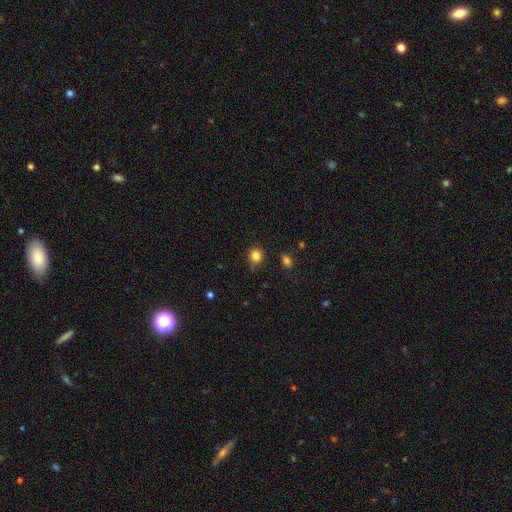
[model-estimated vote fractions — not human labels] Q: Smooth or featured?
A: smooth (84%); runner-up: star or artifact (12%)
Q: How rounded?
A: round (83%); runner-up: in between (16%)
Q: Merging?
A: none (74%); runner-up: minor disturbance (18%)